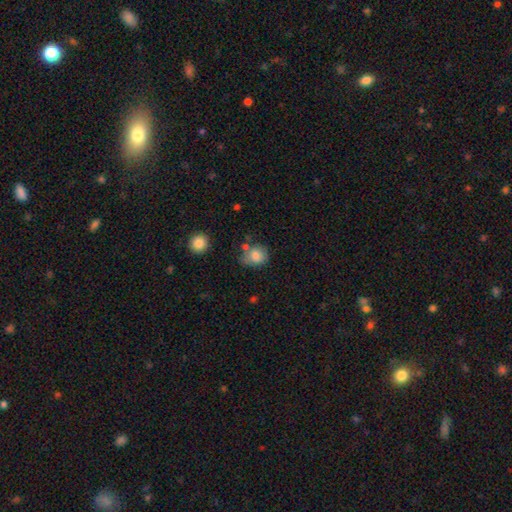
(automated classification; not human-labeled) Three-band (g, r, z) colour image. It shows a smooth galaxy with no disk features (81%) that is round (68%). Merging: none (54%).